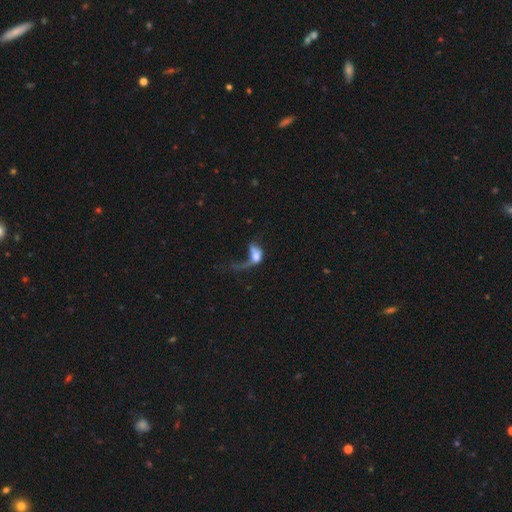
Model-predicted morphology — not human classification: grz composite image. It shows a smooth galaxy with no disk features (50%) that is in between round and cigar-shaped (64%). Merging: major disturbance (59%).